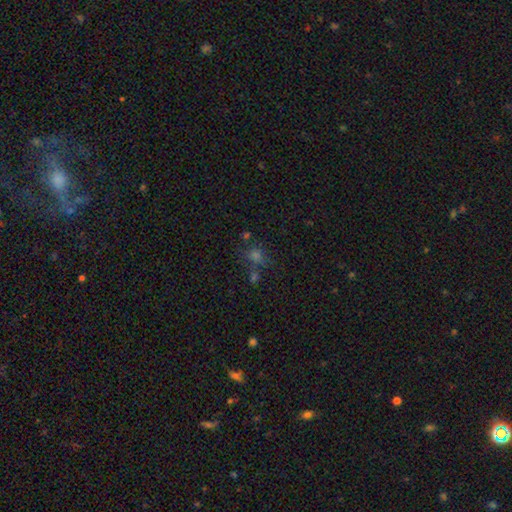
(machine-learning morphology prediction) smooth_or_featured: smooth (p=0.49) [alt: star or artifact p=0.40]
merging: none (p=0.64) [alt: merger p=0.17]